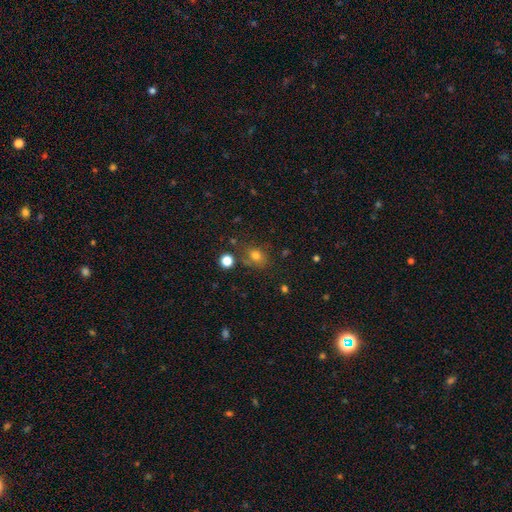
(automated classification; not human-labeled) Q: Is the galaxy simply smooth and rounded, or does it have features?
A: smooth — 74%.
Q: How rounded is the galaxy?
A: round — 54%.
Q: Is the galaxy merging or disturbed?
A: none — 65%.